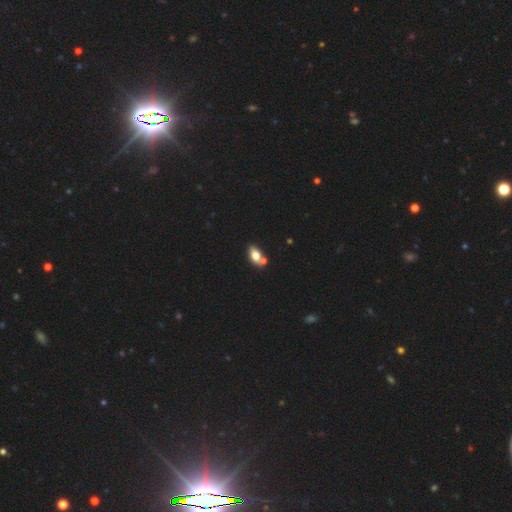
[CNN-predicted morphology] This is likely a smooth galaxy (74%). How rounded: clearly in between (88%). Merging: possibly none (55%).